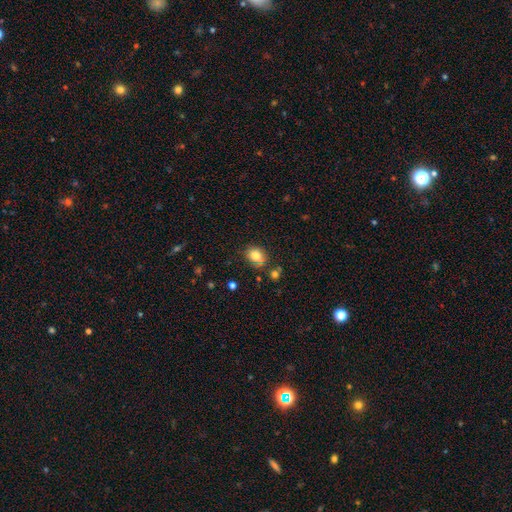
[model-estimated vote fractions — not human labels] smooth-or-featured: smooth: 80% | star or artifact: 11% | featured or disk: 8%
  how-rounded: round: 61% | in between: 38% | cigar-shaped: 1%
  merging: none: 72% | minor disturbance: 16% | merger: 8% | major disturbance: 4%